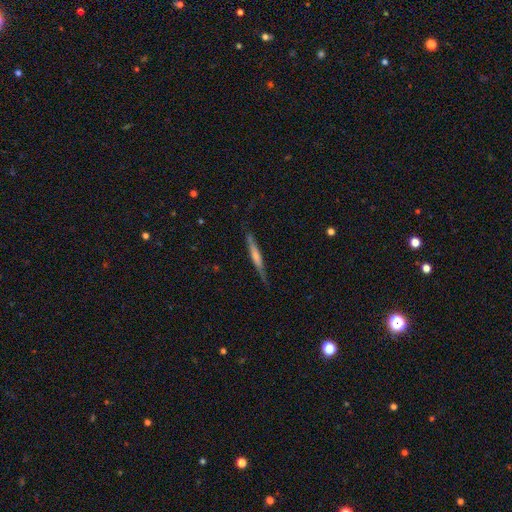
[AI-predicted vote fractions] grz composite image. It shows a featured or disk galaxy (57%) viewed edge-on (95%) with no central bulge (47%). Merging: none (80%).